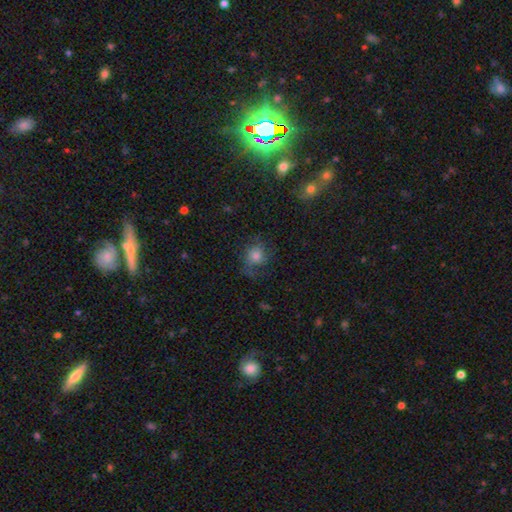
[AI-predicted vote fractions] Smooth or featured? smooth (55%)
How rounded? round (75%)
Merging? none (61%)